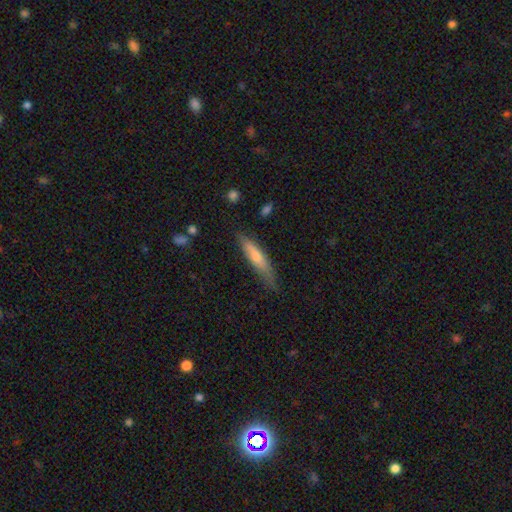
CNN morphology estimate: Q: Smooth or featured?
A: smooth (63%); runner-up: featured or disk (31%)
Q: How rounded?
A: cigar-shaped (83%); runner-up: in between (15%)
Q: Merging?
A: none (72%); runner-up: minor disturbance (22%)